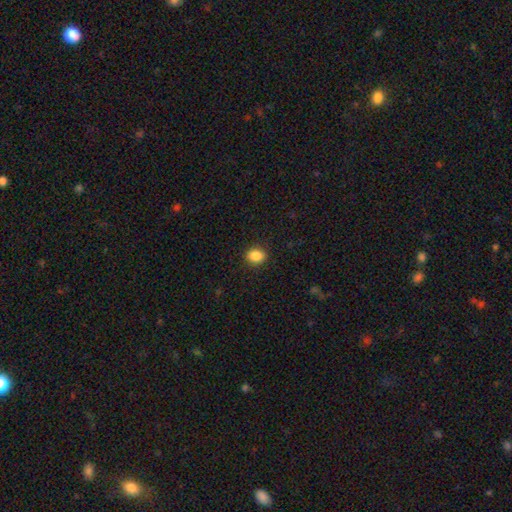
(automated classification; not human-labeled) Q: Smooth or featured?
A: smooth (88%); runner-up: star or artifact (9%)
Q: How rounded?
A: in between (53%); runner-up: round (46%)
Q: Merging?
A: none (89%); runner-up: minor disturbance (8%)